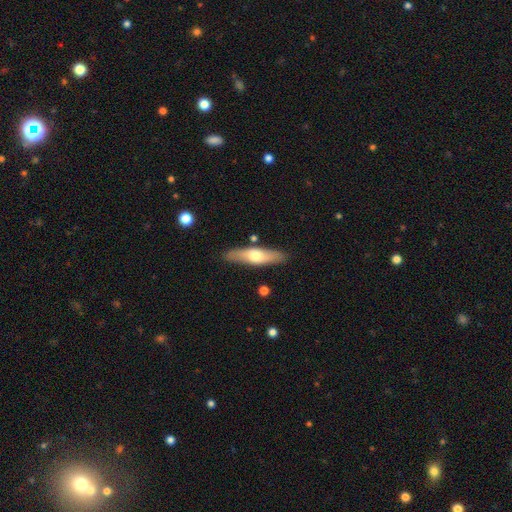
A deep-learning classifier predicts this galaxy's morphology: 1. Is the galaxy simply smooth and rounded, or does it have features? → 55% smooth, 40% featured or disk, 5% star or artifact.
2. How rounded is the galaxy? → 65% cigar-shaped, 33% in between, 2% round.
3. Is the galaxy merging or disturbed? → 85% none, 10% minor disturbance, 3% merger, 2% major disturbance.